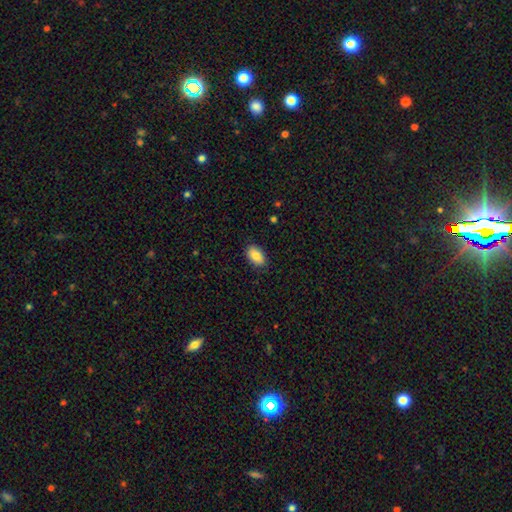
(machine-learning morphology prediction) A smooth galaxy with no disk features (84%) that is in between round and cigar-shaped (92%).

Vote fractions:
- Smooth or featured? smooth: 84% / featured or disk: 9% / star or artifact: 7%
- How rounded? in between: 92% / round: 6% / cigar-shaped: 2%
- Merging? none: 86% / minor disturbance: 11% / major disturbance: 2% / merger: 1%